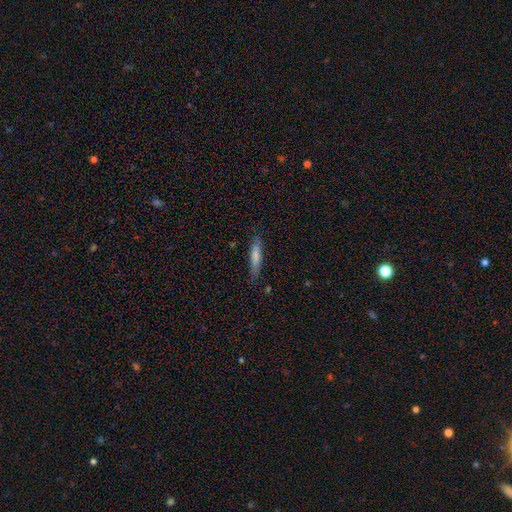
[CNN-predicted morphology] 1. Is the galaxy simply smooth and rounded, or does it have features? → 74% smooth, 20% featured or disk, 6% star or artifact.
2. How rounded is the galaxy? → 84% cigar-shaped, 15% in between, 1% round.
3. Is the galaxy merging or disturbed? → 80% none, 16% minor disturbance, 3% major disturbance, 2% merger.